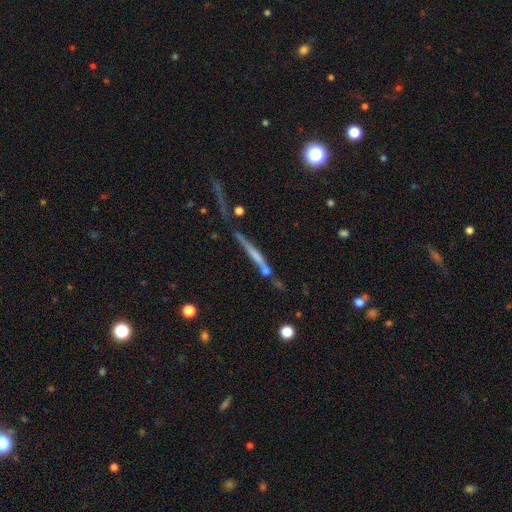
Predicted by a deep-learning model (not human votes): A featured or disk galaxy (59%) viewed edge-on (93%) with no central bulge (58%). Merging: none (58%).